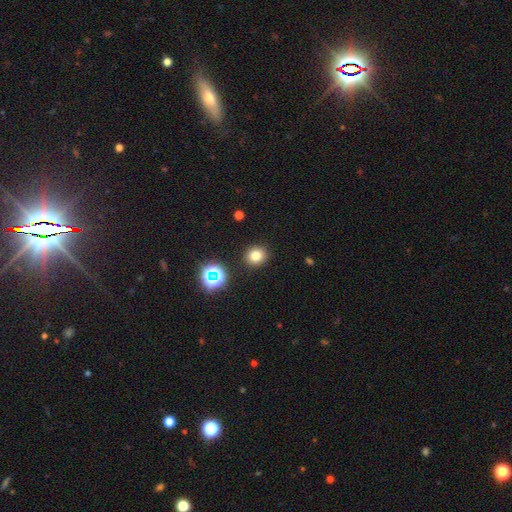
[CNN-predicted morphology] Smooth or featured: smooth — 75% (star or artifact — 17%)
How rounded: round — 82% (in between — 17%)
Merging: none — 90% (minor disturbance — 6%)